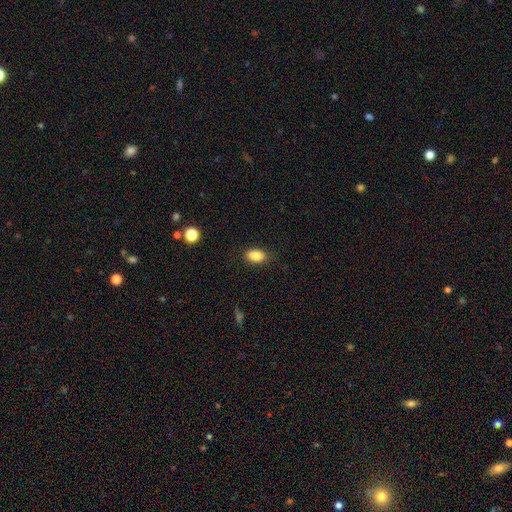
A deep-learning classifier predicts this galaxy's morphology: smooth 85%, star or artifact 9%, featured or disk 6%. Down the decision tree: how rounded — in between (87%); merging — none (85%).